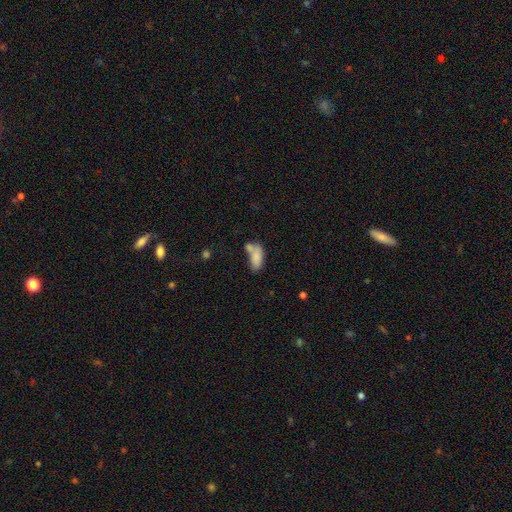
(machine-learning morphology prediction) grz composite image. It shows a smooth galaxy with no disk features (80%) that is in between round and cigar-shaped (84%). Merging: merger (39%).